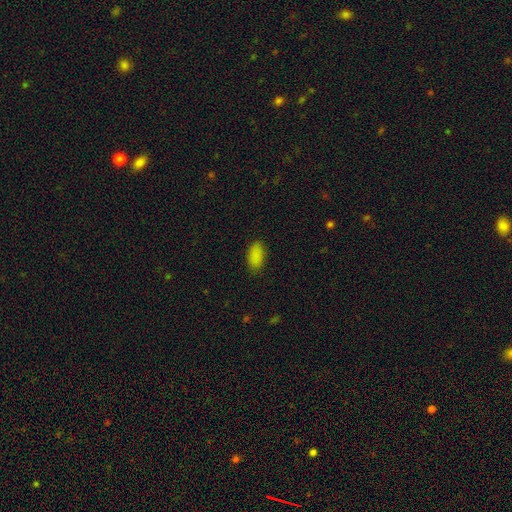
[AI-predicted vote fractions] Morphology: type=smooth (88%); roundness=in between (93%); merging=none (85%).